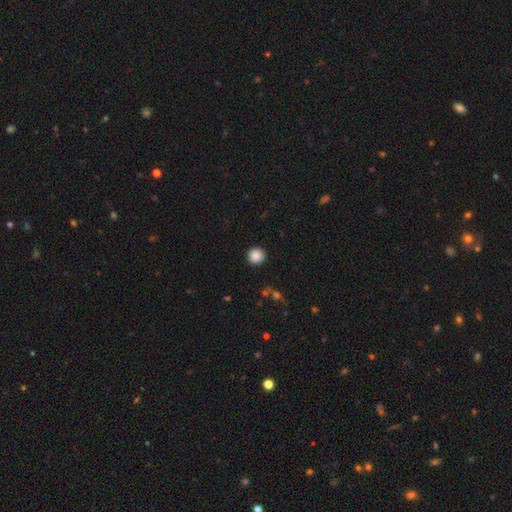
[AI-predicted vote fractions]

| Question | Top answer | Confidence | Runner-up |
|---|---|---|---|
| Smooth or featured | smooth | 88% | star or artifact (9%) |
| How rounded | round | 94% | in between (5%) |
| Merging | none | 92% | minor disturbance (5%) |